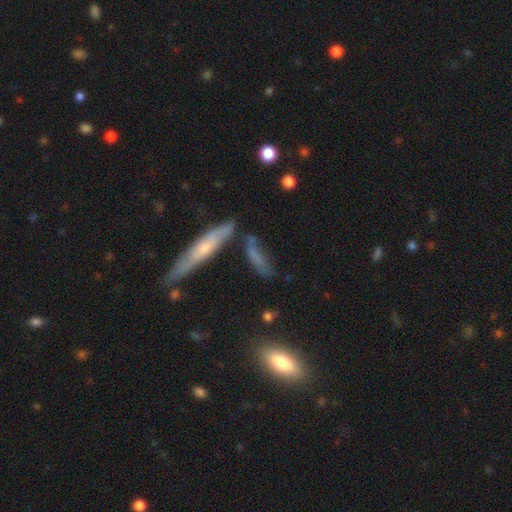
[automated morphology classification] Smooth or featured?
  - smooth: 54% *
  - featured or disk: 33%
  - star or artifact: 13%
How rounded?
  - cigar-shaped: 66% *
  - in between: 29%
  - round: 5%
Merging?
  - none: 59% *
  - minor disturbance: 20%
  - merger: 13%
  - major disturbance: 9%